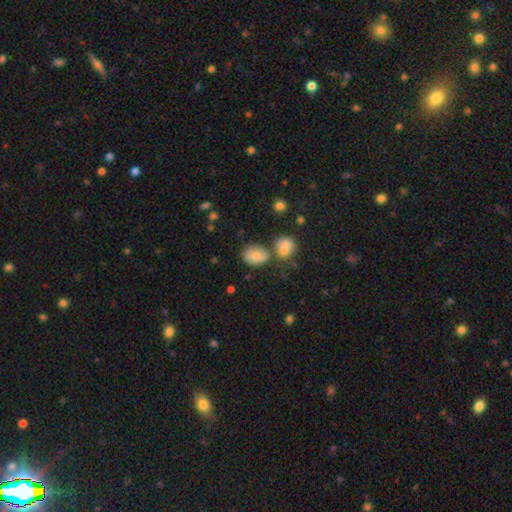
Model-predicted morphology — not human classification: A smooth galaxy with no disk features (75%) that is in between round and cigar-shaped (58%).

Vote fractions:
- Smooth or featured? smooth: 75% / featured or disk: 15% / star or artifact: 10%
- How rounded? in between: 58% / round: 41% / cigar-shaped: 1%
- Merging? none: 56% / merger: 22% / minor disturbance: 17% / major disturbance: 6%